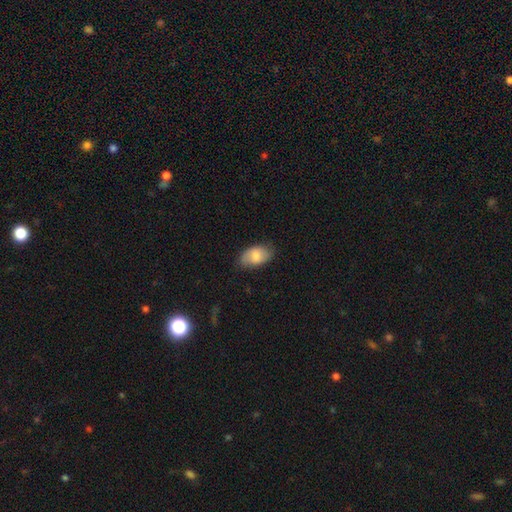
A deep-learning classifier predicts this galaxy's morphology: The model was most divided on "smooth or featured": smooth: 75%, featured or disk: 19%, star or artifact: 7%. More confident: how rounded — in between (92%); merging — none (76%).